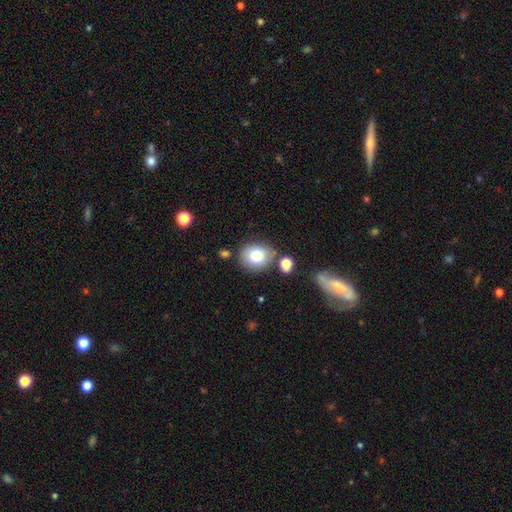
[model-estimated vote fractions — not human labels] A smooth galaxy with no disk features (79%) that is round (56%).

Vote fractions:
- Smooth or featured? smooth: 79% / featured or disk: 12% / star or artifact: 9%
- How rounded? round: 56% / in between: 43% / cigar-shaped: 1%
- Merging? none: 70% / minor disturbance: 16% / merger: 10% / major disturbance: 4%